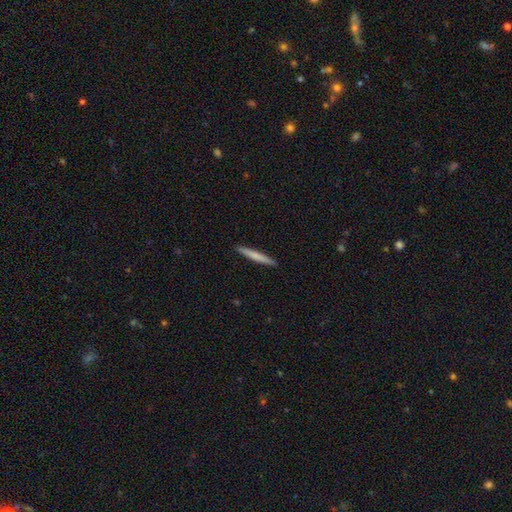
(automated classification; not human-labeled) A smooth galaxy with no disk features (67%) that is cigar-shaped (96%).

Vote fractions:
- Smooth or featured? smooth: 67% / featured or disk: 28% / star or artifact: 5%
- How rounded? cigar-shaped: 96% / in between: 3% / round: 1%
- Merging? none: 92% / minor disturbance: 6% / major disturbance: 1% / merger: 1%